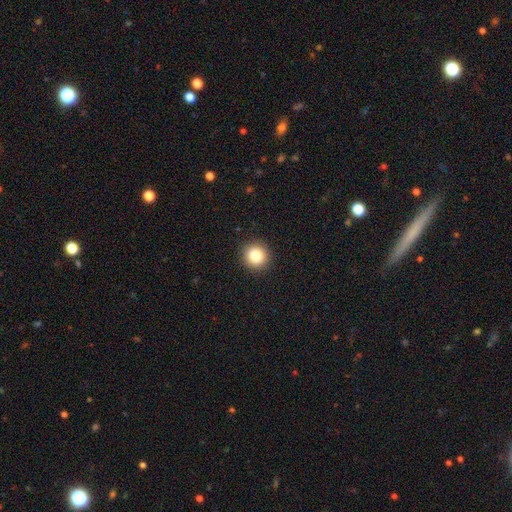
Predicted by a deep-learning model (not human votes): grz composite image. It shows a smooth galaxy with no disk features (84%) that is round (94%). Merging: none (92%).